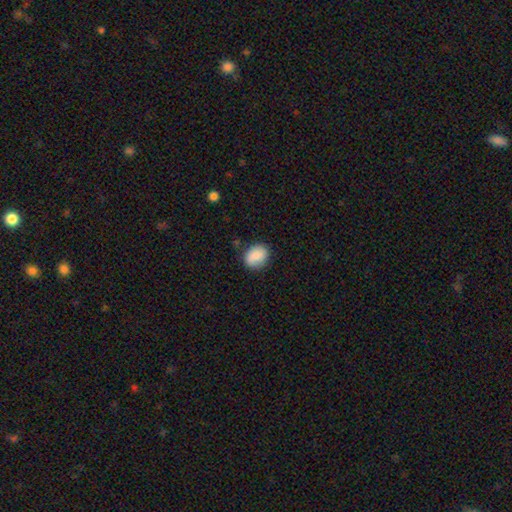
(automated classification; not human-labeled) Smooth or featured?
  - smooth: 84% *
  - featured or disk: 9%
  - star or artifact: 7%
How rounded?
  - round: 53% *
  - in between: 46%
  - cigar-shaped: 1%
Merging?
  - none: 79% *
  - minor disturbance: 16%
  - major disturbance: 3%
  - merger: 2%